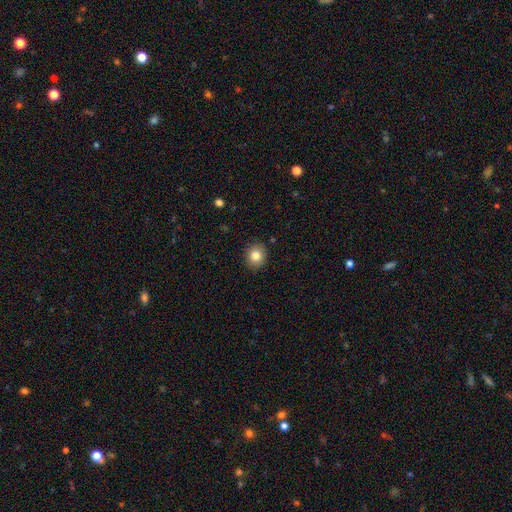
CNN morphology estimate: Smooth or featured? Predicted: smooth (p=0.82). How rounded? Predicted: round (p=0.81). Merging? Predicted: none (p=0.90).